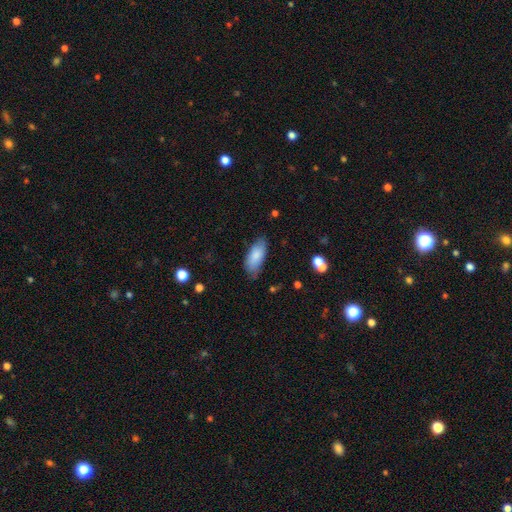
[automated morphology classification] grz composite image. It shows a smooth galaxy with no disk features (82%) that is in between round and cigar-shaped (85%). Merging: none (73%).